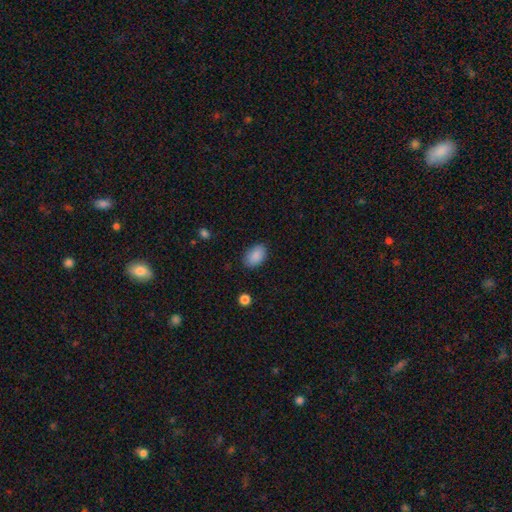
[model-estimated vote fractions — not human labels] Morphology: type=smooth (89%); roundness=in between (88%); merging=none (83%).